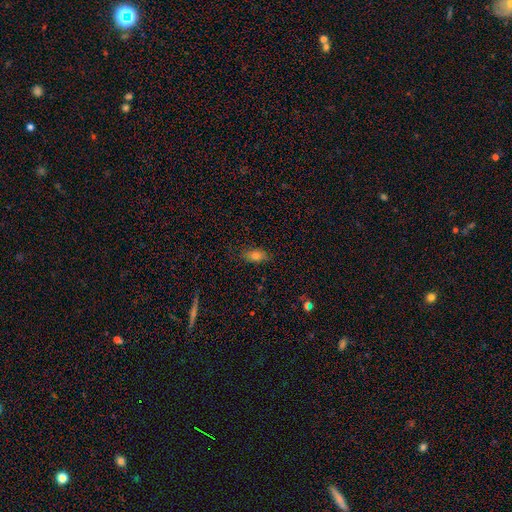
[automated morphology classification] smooth-or-featured: smooth: 76% | star or artifact: 13% | featured or disk: 11%
  how-rounded: in between: 83% | cigar-shaped: 11% | round: 6%
  merging: none: 82% | minor disturbance: 14% | major disturbance: 3% | merger: 1%